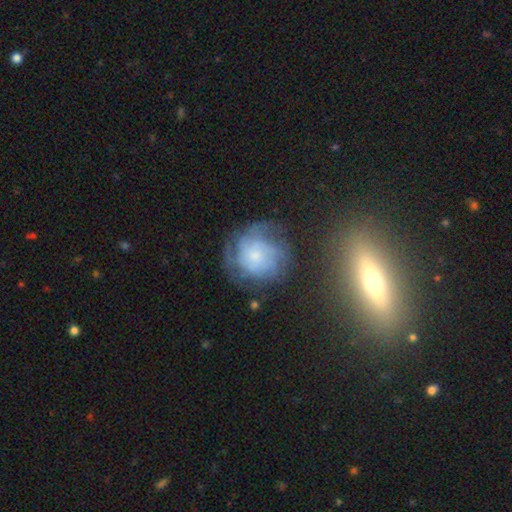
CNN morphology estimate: smooth-or-featured: featured or disk: 65% | smooth: 25% | star or artifact: 10%
  disk-edge-on: no: 97% | yes: 3%
    bar: no: 78% | weak: 19% | strong: 3%
    has-spiral-arms: yes: 86% | no: 14%
      spiral-winding: tight: 51% | medium: 35% | loose: 15%
      spiral-arm-count: can't tell: 41% | 3: 20% | 4: 14% | 2: 13% | more than 4: 7% | 1: 6%
    bulge-size: small: 54% | moderate: 27% | none: 10% | large: 7% | dominant: 2%
  merging: none: 56% | minor disturbance: 21% | major disturbance: 19% | merger: 4%